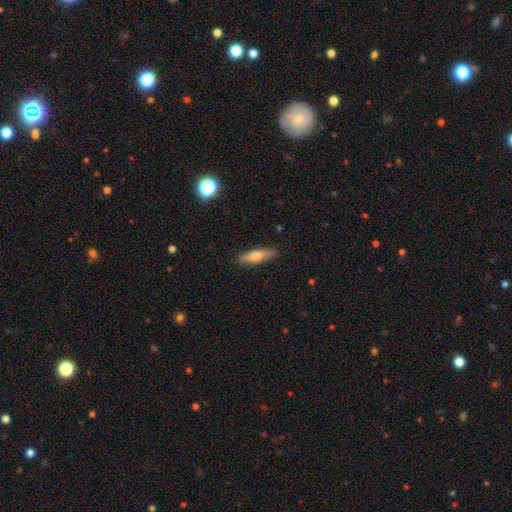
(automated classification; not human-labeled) A smooth galaxy with no disk features (66%) that is cigar-shaped (66%). Merging: none (88%).